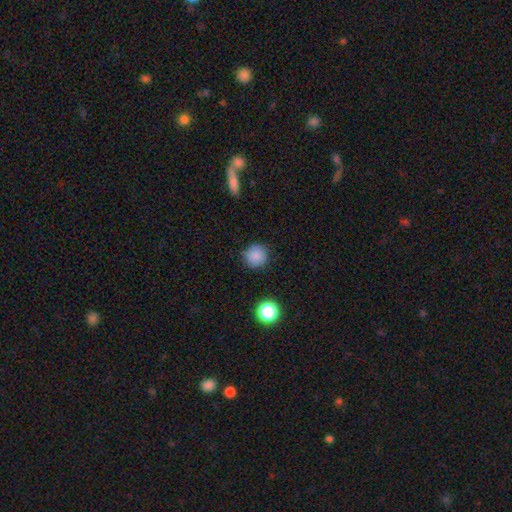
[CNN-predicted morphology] This is clearly a smooth galaxy (85%). How rounded: clearly round (95%). Merging: clearly none (88%).